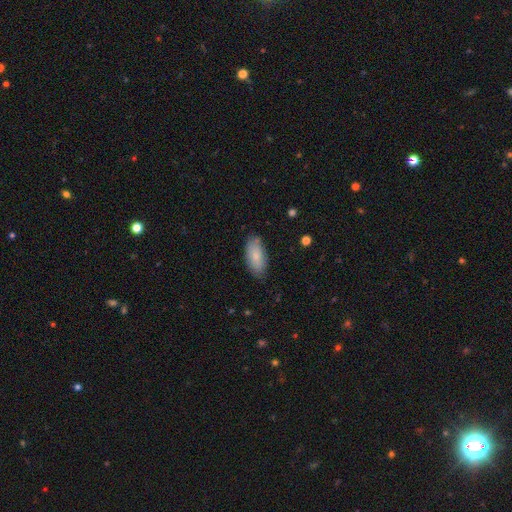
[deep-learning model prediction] This is clearly a smooth galaxy (81%). How rounded: clearly in between (90%). Merging: clearly none (80%).